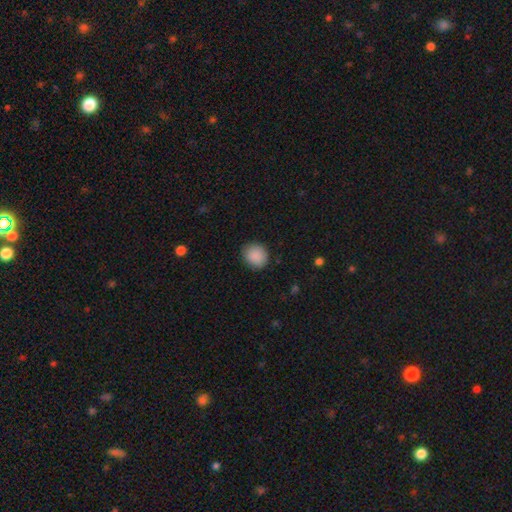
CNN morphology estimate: A smooth galaxy with no disk features (89%) that is round (80%). Merging: none (85%).